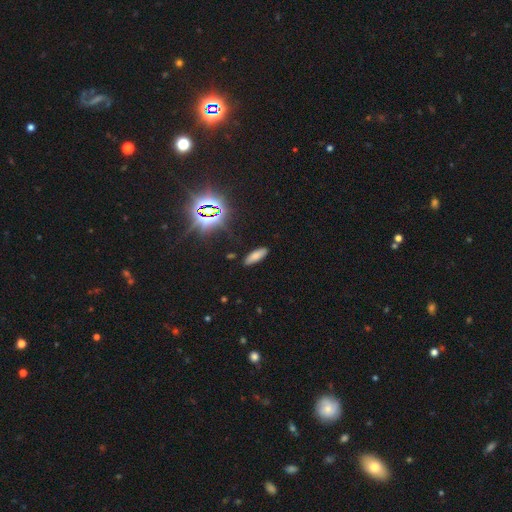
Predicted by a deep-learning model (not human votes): This is likely a smooth galaxy (73%). How rounded: possibly in between (59%). Merging: clearly none (87%).